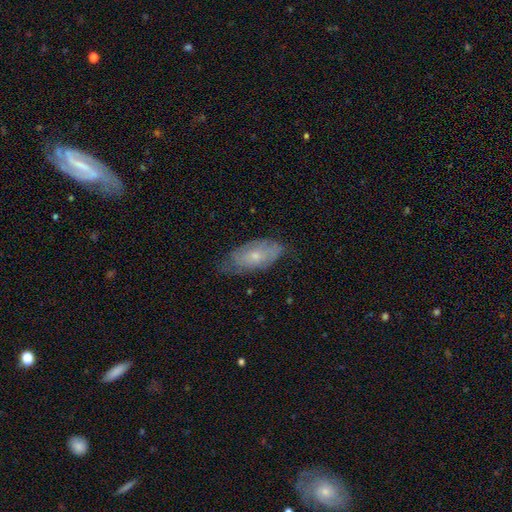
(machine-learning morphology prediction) A smooth galaxy with no disk features (47%).

Vote fractions:
- Smooth or featured? smooth: 47% / featured or disk: 46% / star or artifact: 7%
- Merging? none: 61% / minor disturbance: 30% / major disturbance: 8% / merger: 1%